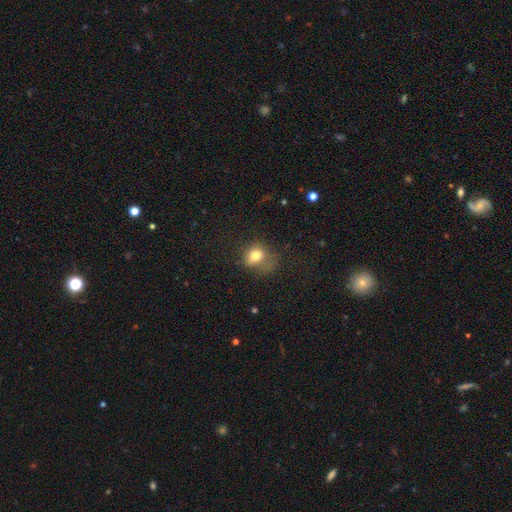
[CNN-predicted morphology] smooth-or-featured: smooth: 76% | star or artifact: 13% | featured or disk: 12%
  how-rounded: round: 56% | in between: 43% | cigar-shaped: 1%
  merging: none: 41% | minor disturbance: 29% | major disturbance: 27% | merger: 3%